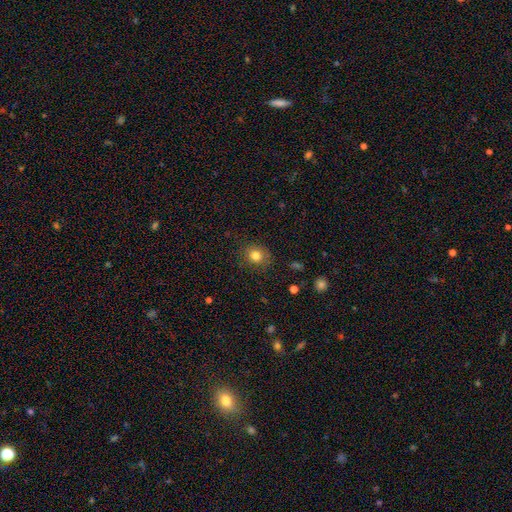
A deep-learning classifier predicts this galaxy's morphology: A smooth galaxy with no disk features (81%) that is round (80%). Merging: none (85%).